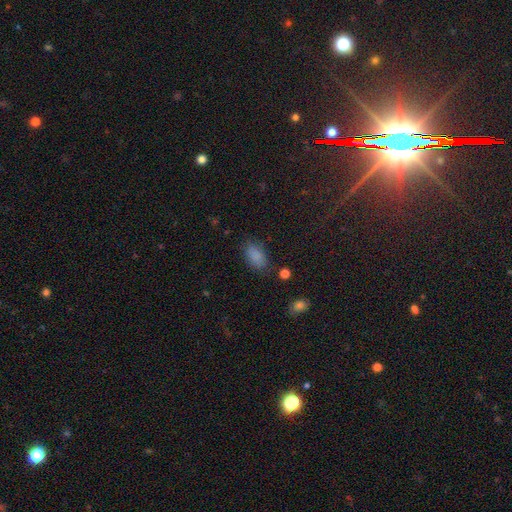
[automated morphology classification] Overall: smooth (85%). How rounded: in between (91%). Merging: none (77%).